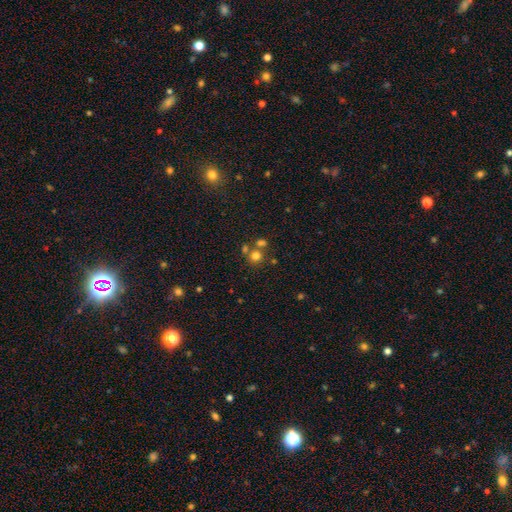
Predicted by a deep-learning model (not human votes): Morphology: type=smooth (72%); roundness=round (88%); merging=none (59%).